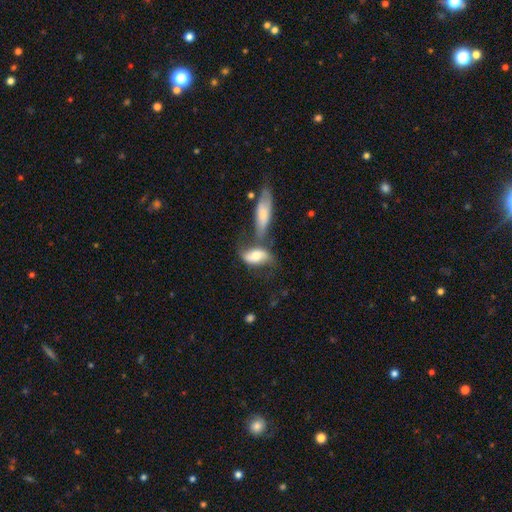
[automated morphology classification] A smooth galaxy with no disk features (53%) that is in between round and cigar-shaped (84%). Merging: merger (43%).